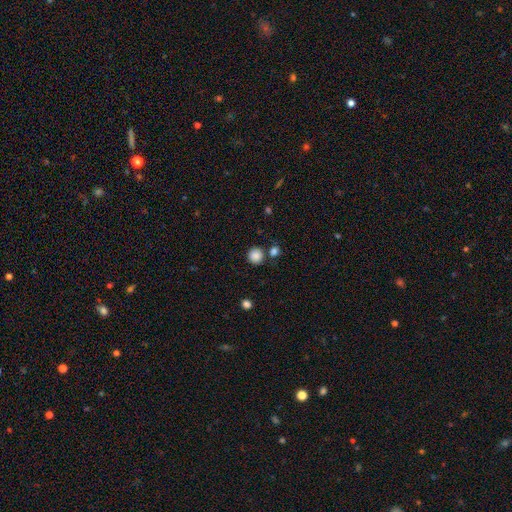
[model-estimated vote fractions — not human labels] Smooth or featured?
  - smooth: 86% *
  - star or artifact: 10%
  - featured or disk: 4%
How rounded?
  - round: 93% *
  - in between: 6%
  - cigar-shaped: 1%
Merging?
  - none: 79% *
  - merger: 10%
  - minor disturbance: 8%
  - major disturbance: 3%